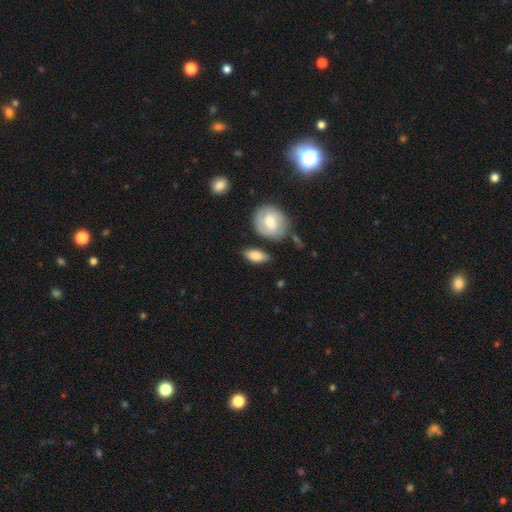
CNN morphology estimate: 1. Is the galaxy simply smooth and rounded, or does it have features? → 75% smooth, 19% featured or disk, 6% star or artifact.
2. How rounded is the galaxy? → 82% in between, 10% cigar-shaped, 8% round.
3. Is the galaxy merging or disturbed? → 72% none, 18% minor disturbance, 6% merger, 5% major disturbance.